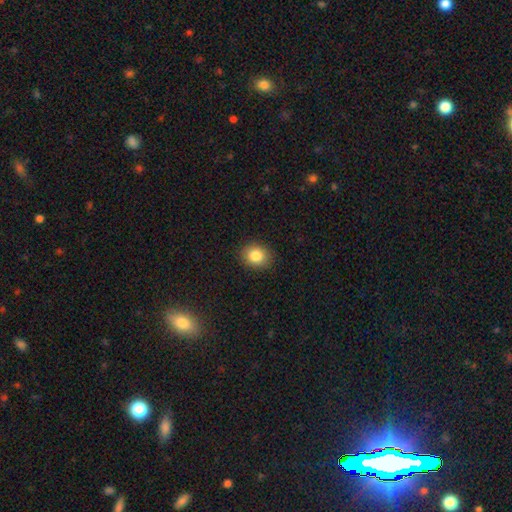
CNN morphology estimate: A smooth galaxy with no disk features (83%) that is round (67%). Merging: none (90%).